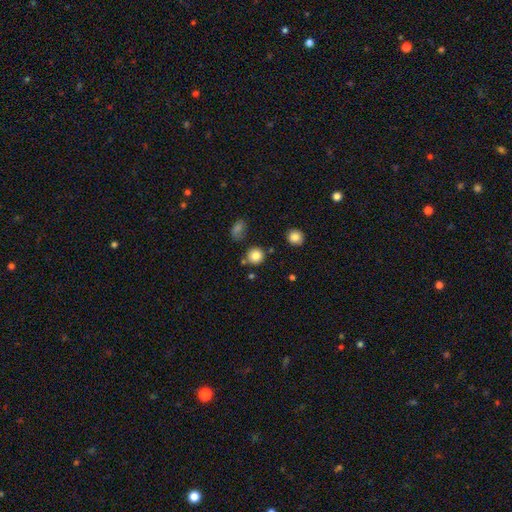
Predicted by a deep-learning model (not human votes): Smooth or featured? Predicted: smooth (p=0.83). How rounded? Predicted: round (p=0.91). Merging? Predicted: none (p=0.80).